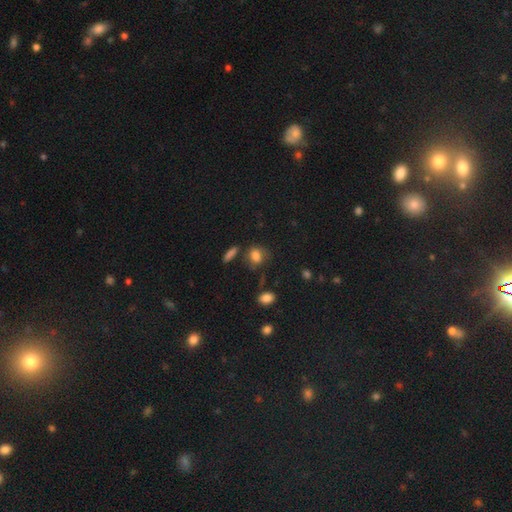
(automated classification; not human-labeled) Overall: smooth (79%). How rounded: in between (56%; round 41%). Merging: none (58%; minor disturbance 23%).